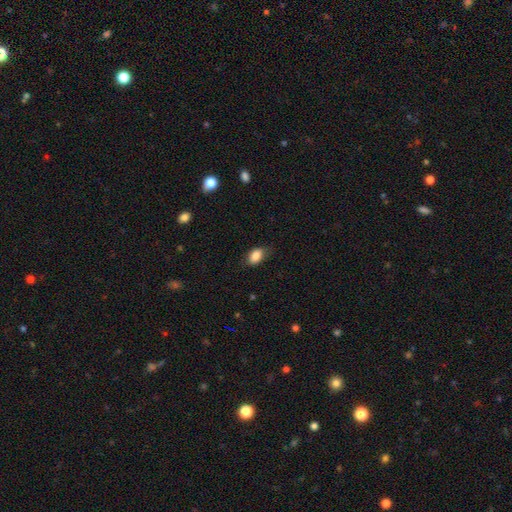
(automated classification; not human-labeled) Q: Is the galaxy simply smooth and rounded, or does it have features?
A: smooth — 86%.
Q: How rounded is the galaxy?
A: in between — 88%.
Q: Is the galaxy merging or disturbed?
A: none — 72%.